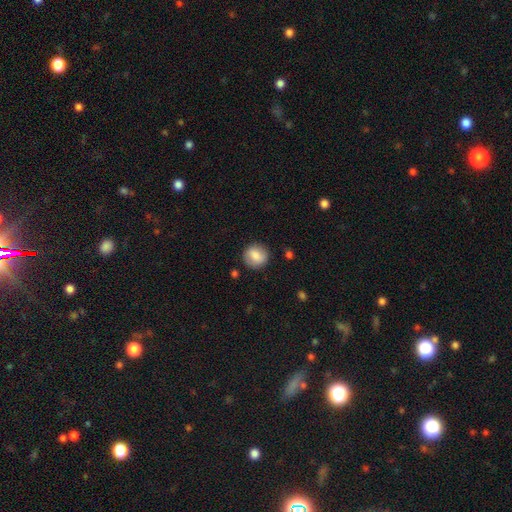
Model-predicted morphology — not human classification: Smooth or featured: smooth — 78% (featured or disk — 14%)
How rounded: round — 88% (in between — 11%)
Merging: none — 86% (minor disturbance — 10%)